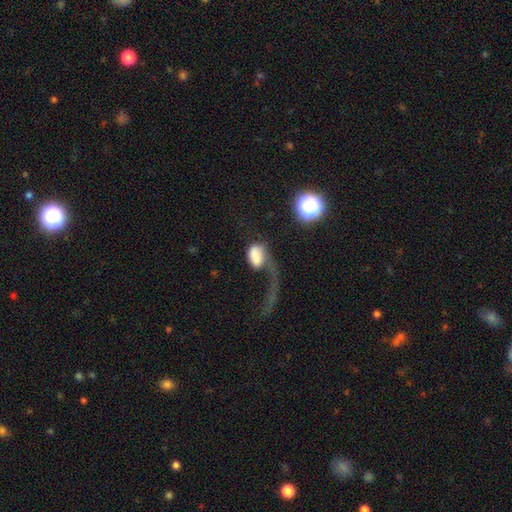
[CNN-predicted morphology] Smooth or featured? Predicted: smooth (p=0.65). How rounded? Predicted: in between (p=0.82). Merging? Predicted: major disturbance (p=0.63).